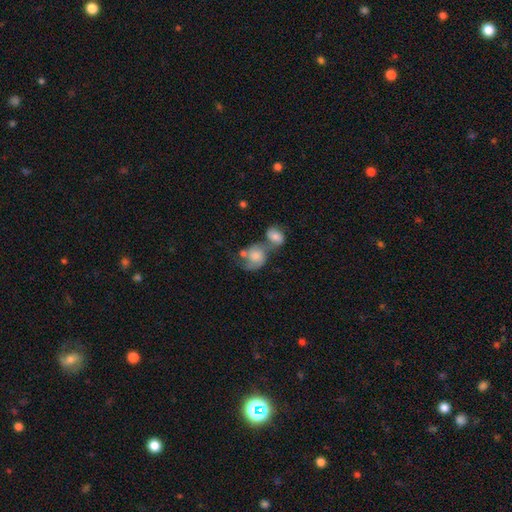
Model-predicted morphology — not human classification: Overall: smooth (54%; featured or disk 36%). How rounded: round (61%; in between 38%). Merging: merger (56%; none 21%).